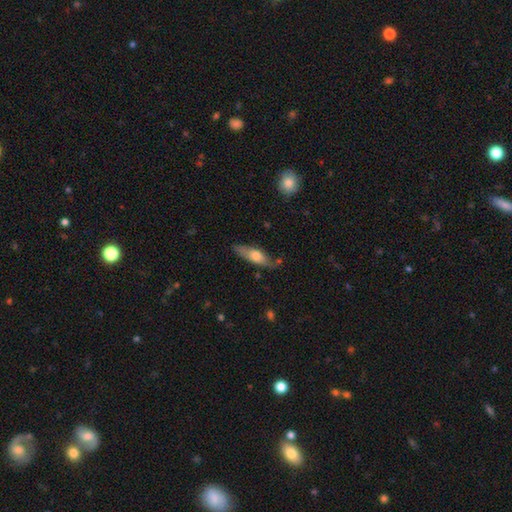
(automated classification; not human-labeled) smooth_or_featured: smooth (p=0.59) [alt: featured or disk p=0.36]
how_rounded: cigar-shaped (p=0.53) [alt: in between p=0.44]
merging: none (p=0.74) [alt: minor disturbance p=0.19]